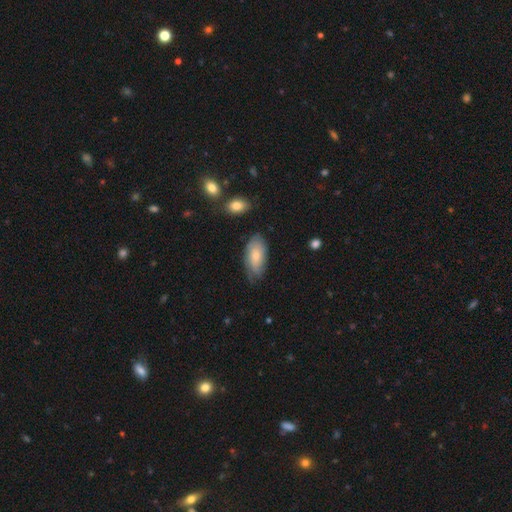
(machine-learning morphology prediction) A smooth galaxy with no disk features (73%) that is in between round and cigar-shaped (92%). Merging: none (65%).